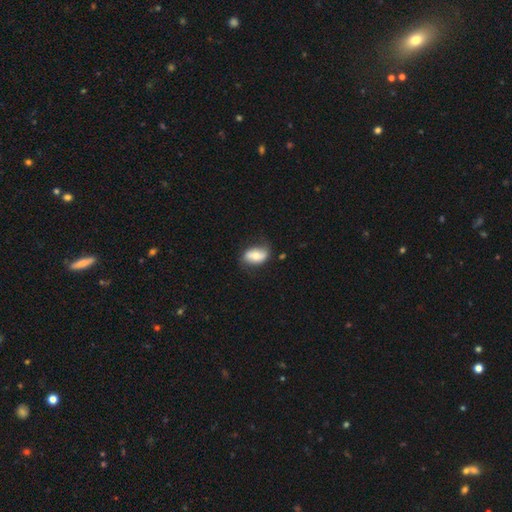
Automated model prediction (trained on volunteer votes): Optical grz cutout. It shows a smooth galaxy with no disk features (55%) that is in between round and cigar-shaped (86%). Merging: none (69%).